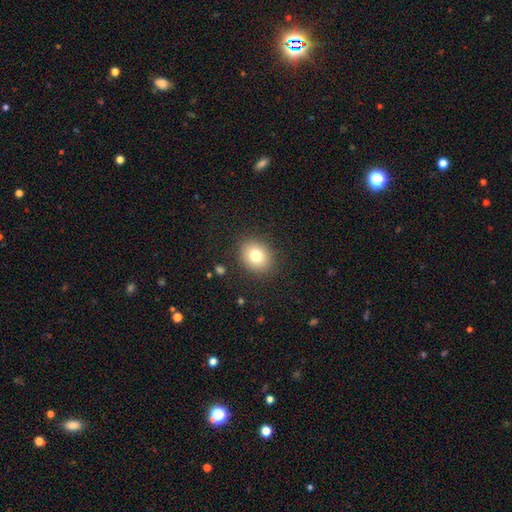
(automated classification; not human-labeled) A smooth galaxy with no disk features (78%) that is round (67%). Merging: none (88%).